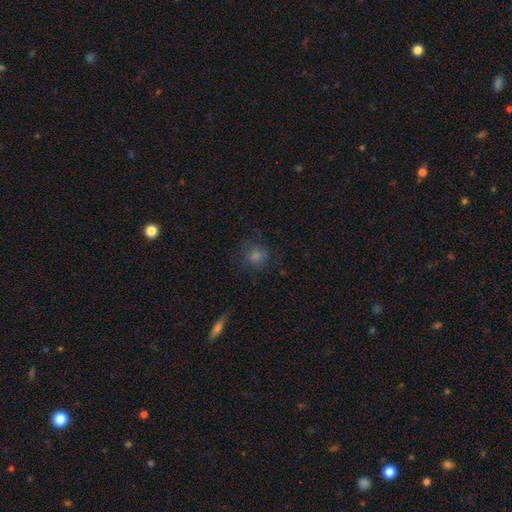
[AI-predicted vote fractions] A smooth galaxy with no disk features (62%) that is round (84%).

Vote fractions:
- Smooth or featured? smooth: 62% / star or artifact: 23% / featured or disk: 15%
- How rounded? round: 84% / in between: 15% / cigar-shaped: 2%
- Merging? none: 79% / minor disturbance: 14% / major disturbance: 6% / merger: 1%